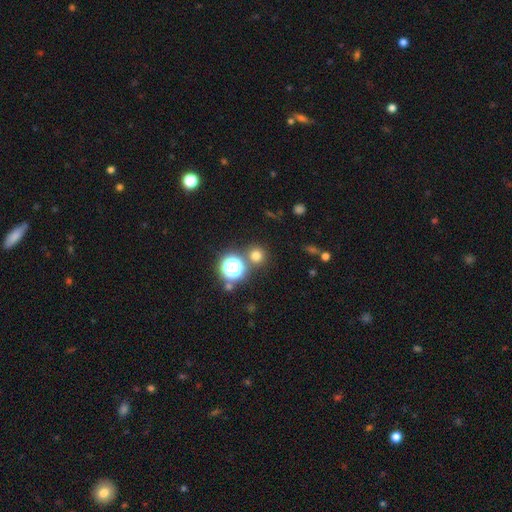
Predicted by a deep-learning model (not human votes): Morphology: type=smooth (70%); roundness=round (93%); merging=none (80%).